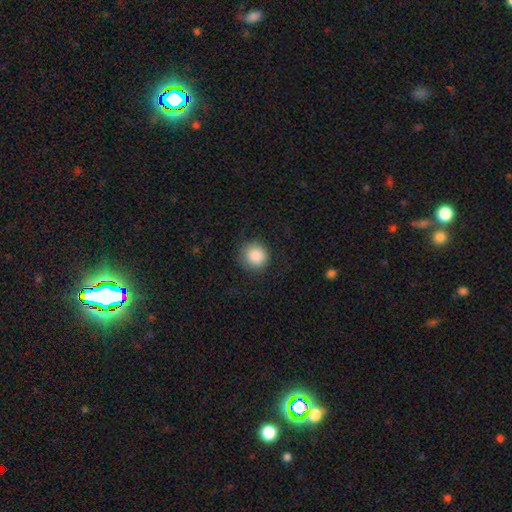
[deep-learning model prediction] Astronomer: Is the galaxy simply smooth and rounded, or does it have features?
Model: smooth — 88%.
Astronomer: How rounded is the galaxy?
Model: round — 91%.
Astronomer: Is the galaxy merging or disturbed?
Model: none — 84%.